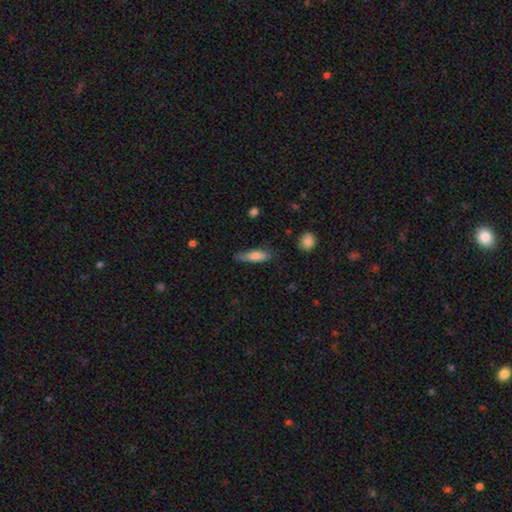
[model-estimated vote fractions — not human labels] smooth-or-featured: smooth: 76% | featured or disk: 17% | star or artifact: 7%
  how-rounded: cigar-shaped: 60% | in between: 38% | round: 2%
  merging: none: 64% | minor disturbance: 28% | major disturbance: 6% | merger: 2%